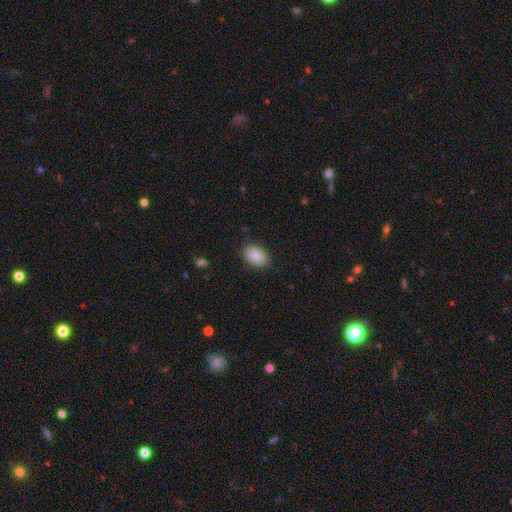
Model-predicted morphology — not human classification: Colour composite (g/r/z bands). It shows a smooth galaxy with no disk features (87%) that is in between round and cigar-shaped (81%). Merging: none (83%).